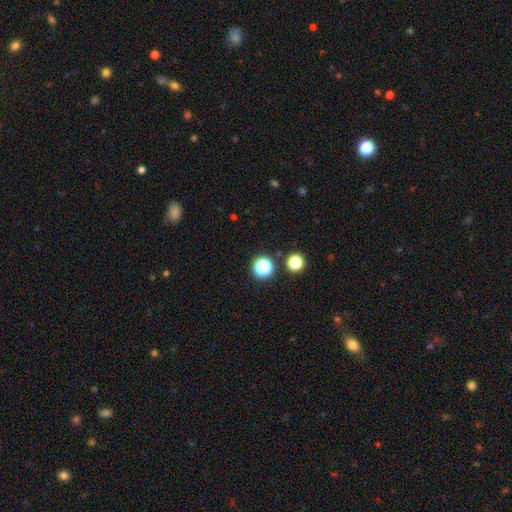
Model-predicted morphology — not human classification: Smooth or featured: star or artifact — 64% (smooth — 22%)